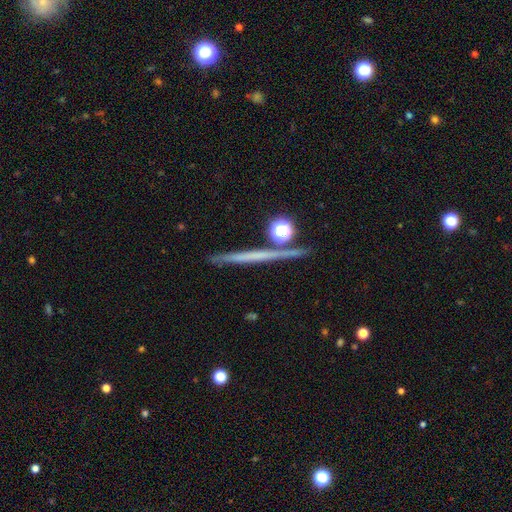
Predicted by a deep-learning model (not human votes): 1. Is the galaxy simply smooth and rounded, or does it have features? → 52% featured or disk, 37% smooth, 11% star or artifact.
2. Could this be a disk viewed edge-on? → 96% yes, 4% no.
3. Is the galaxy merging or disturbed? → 86% none, 7% minor disturbance, 5% merger, 2% major disturbance.